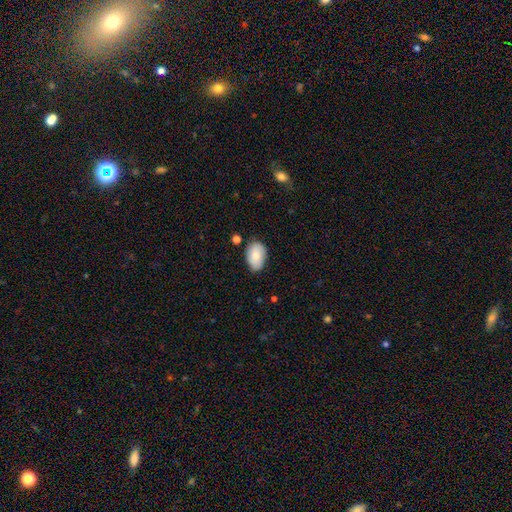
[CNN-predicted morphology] Overall: smooth (77%). How rounded: in between (88%). Merging: none (72%).